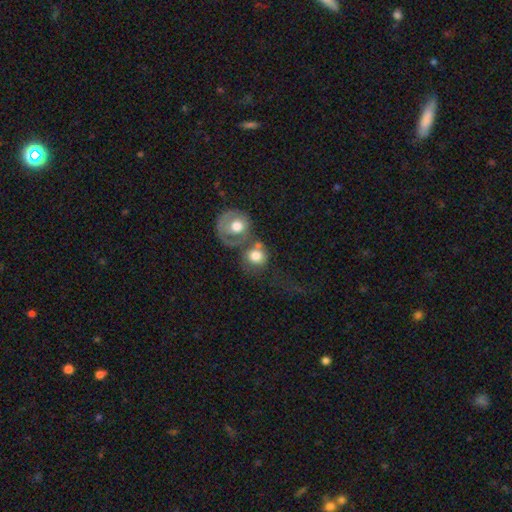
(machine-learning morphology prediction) Smooth or featured? Predicted: smooth (p=0.68). How rounded? Predicted: round (p=0.80). Merging? Predicted: merger (p=0.52).